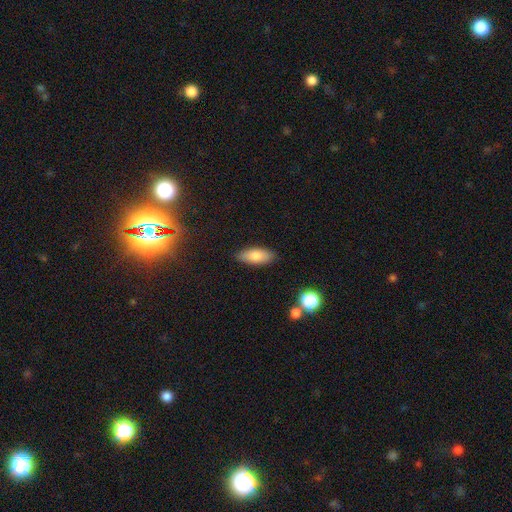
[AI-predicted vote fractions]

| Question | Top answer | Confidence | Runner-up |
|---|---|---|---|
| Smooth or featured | smooth | 81% | featured or disk (12%) |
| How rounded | in between | 81% | cigar-shaped (16%) |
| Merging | none | 85% | minor disturbance (11%) |